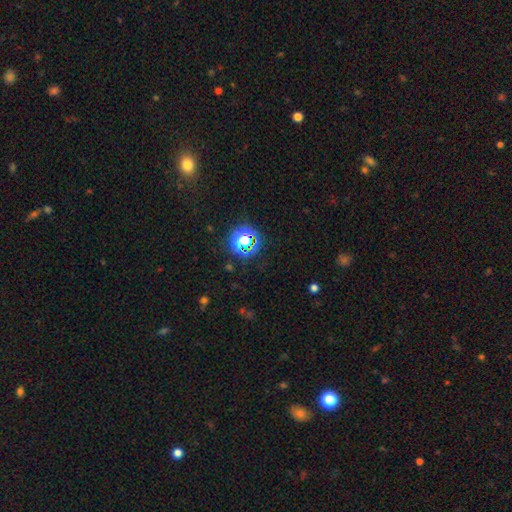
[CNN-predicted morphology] Smooth or featured? star or artifact (70%)